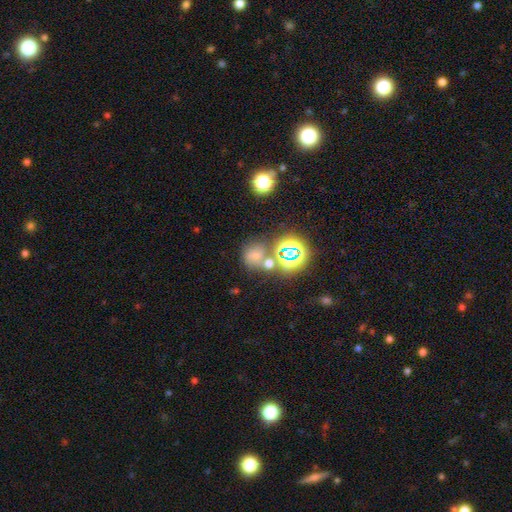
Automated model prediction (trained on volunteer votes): Morphology: type=smooth (50%); merging=none (53%).